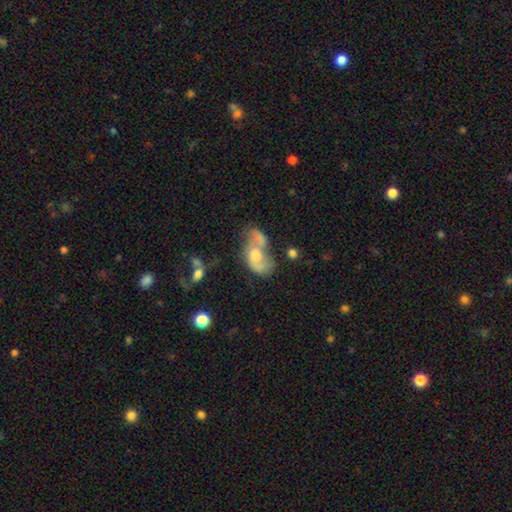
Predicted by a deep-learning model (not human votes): Morphology: type=featured or disk (52%); edge-on=no (94%); merging=merger (46%).